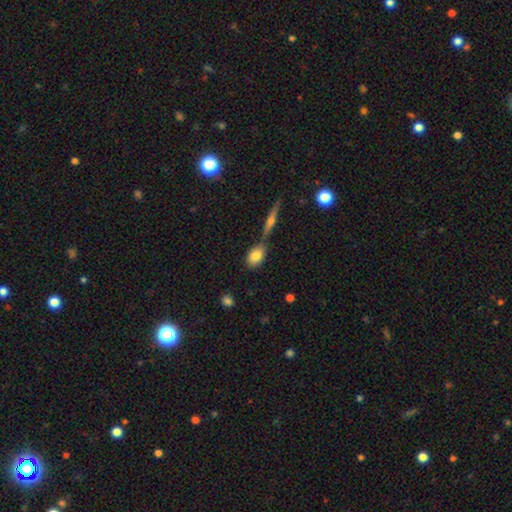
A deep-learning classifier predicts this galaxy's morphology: Smooth or featured? smooth (78%)
How rounded? in between (80%)
Merging? none (59%)